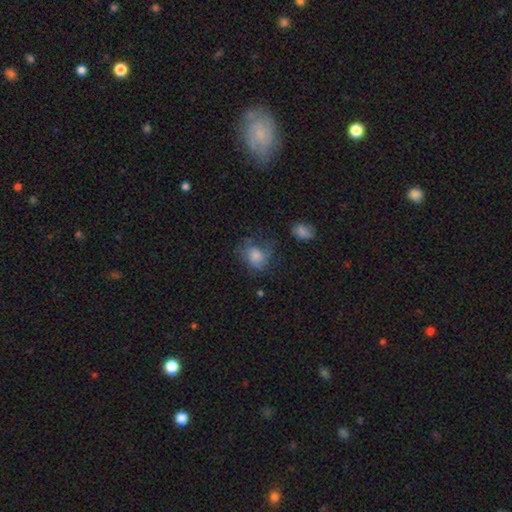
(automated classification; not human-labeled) smooth-or-featured: smooth: 58% | featured or disk: 29% | star or artifact: 13%
  how-rounded: round: 55% | in between: 44% | cigar-shaped: 1%
  merging: none: 50% | minor disturbance: 25% | major disturbance: 22% | merger: 3%